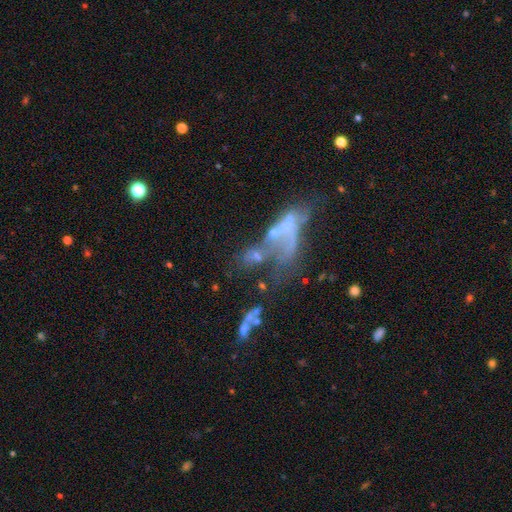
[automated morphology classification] This appears to be a featured or disk galaxy (51%). Merging: merger (44%).